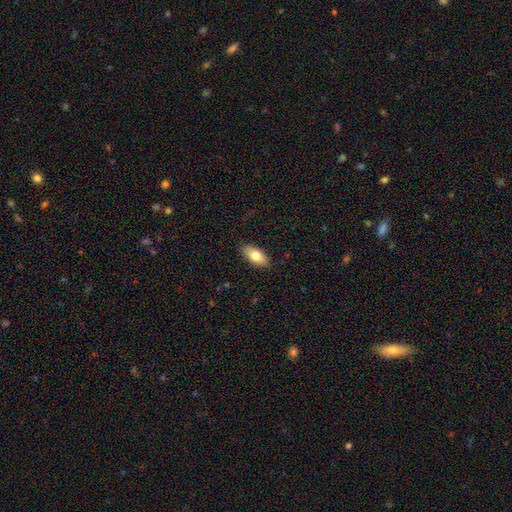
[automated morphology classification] smooth_or_featured: smooth (p=0.78) [alt: featured or disk p=0.15]
how_rounded: in between (p=0.90) [alt: cigar-shaped p=0.07]
merging: none (p=0.87) [alt: minor disturbance p=0.10]